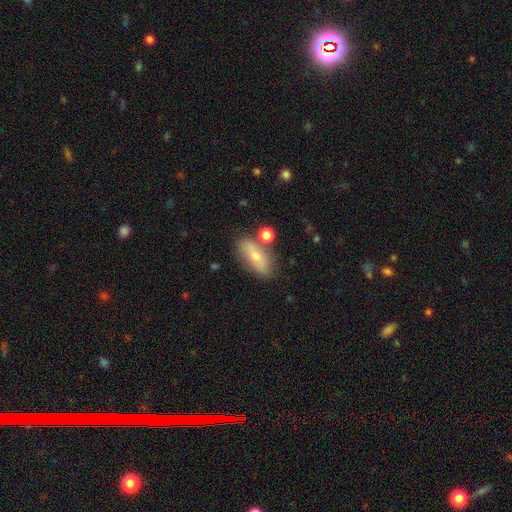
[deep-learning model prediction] Smooth or featured? smooth (64%)
How rounded? in between (77%)
Merging? none (69%)